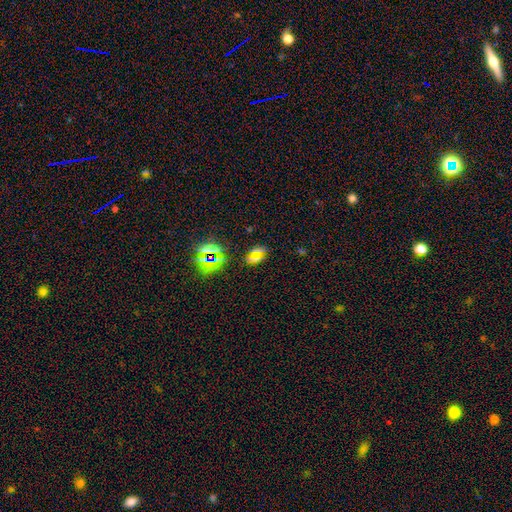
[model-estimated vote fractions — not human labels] smooth-or-featured: star or artifact: 48% | smooth: 39% | featured or disk: 13%